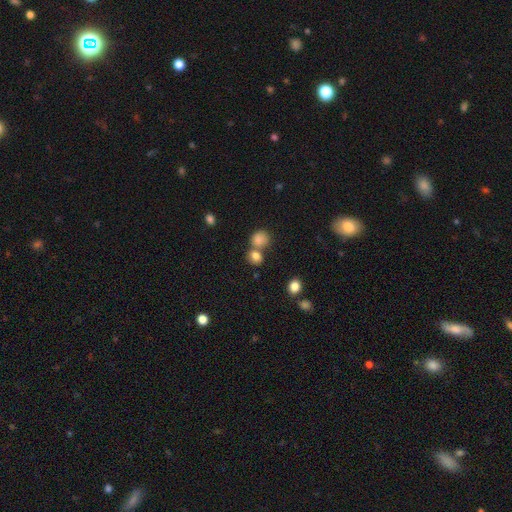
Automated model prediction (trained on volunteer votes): smooth 81%, star or artifact 12%, featured or disk 7%. Down the decision tree: how rounded — round (71%); merging — none (48%).